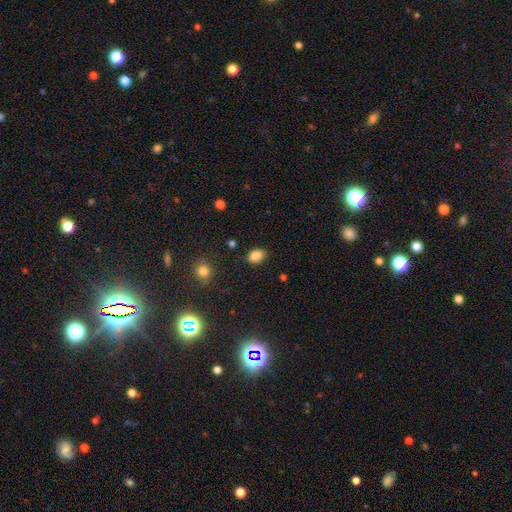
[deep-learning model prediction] This is clearly a smooth galaxy (86%). How rounded: likely in between (78%). Merging: clearly none (85%).